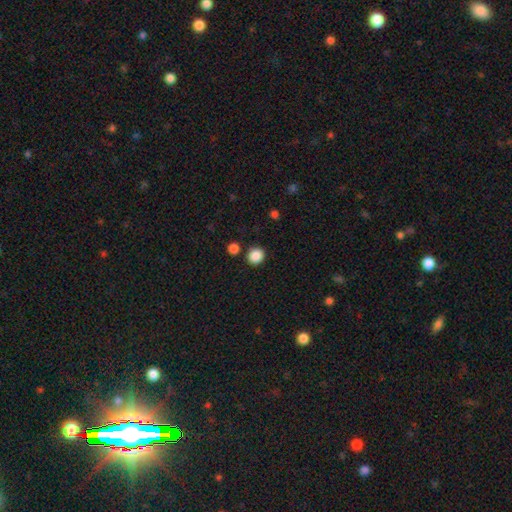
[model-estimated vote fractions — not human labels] Smooth or featured?
  - smooth: 87% *
  - star or artifact: 10%
  - featured or disk: 3%
How rounded?
  - round: 85% *
  - in between: 14%
  - cigar-shaped: 1%
Merging?
  - none: 84% *
  - minor disturbance: 8%
  - merger: 6%
  - major disturbance: 2%